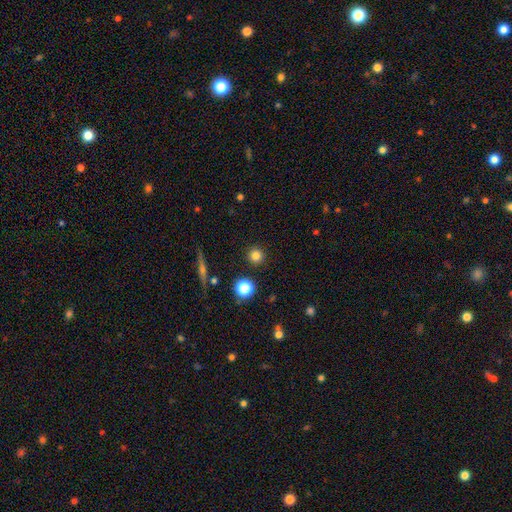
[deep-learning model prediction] smooth-or-featured: smooth: 81% | star or artifact: 13% | featured or disk: 6%
  how-rounded: round: 95% | in between: 4% | cigar-shaped: 1%
  merging: none: 91% | minor disturbance: 5% | major disturbance: 2% | merger: 2%